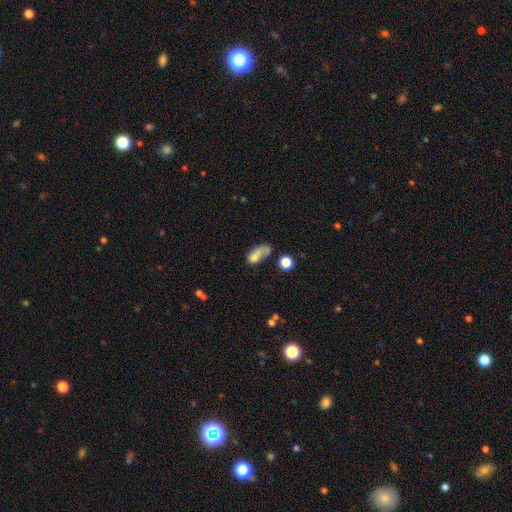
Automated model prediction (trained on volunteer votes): This appears to be a smooth galaxy with no disk features (66%) that is in between round and cigar-shaped (77%). Merging: merger (30%).